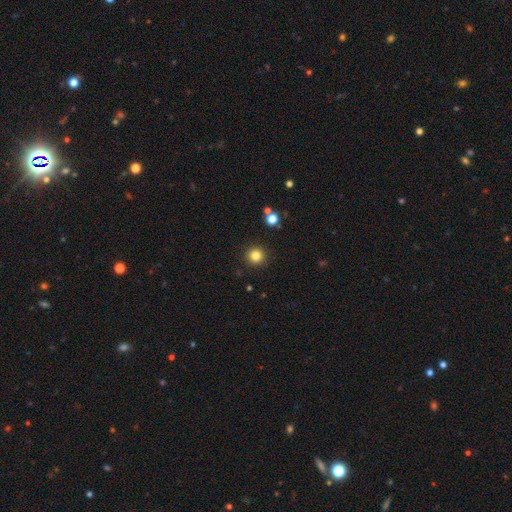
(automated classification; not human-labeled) Q: Smooth or featured?
A: smooth (82%); runner-up: star or artifact (13%)
Q: How rounded?
A: round (95%); runner-up: in between (4%)
Q: Merging?
A: none (92%); runner-up: minor disturbance (5%)